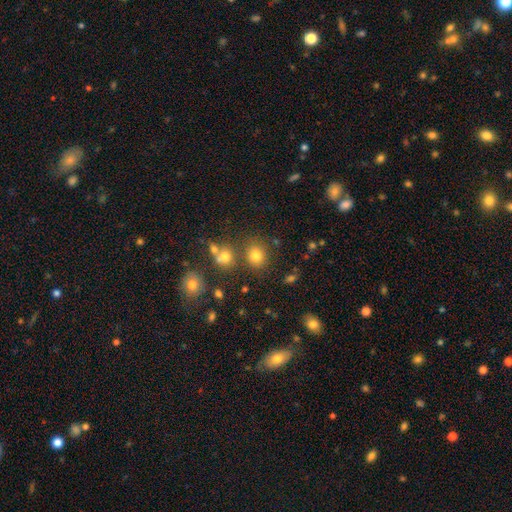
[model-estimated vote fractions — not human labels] Smooth or featured: smooth — 77% (star or artifact — 16%)
How rounded: round — 77% (in between — 22%)
Merging: none — 76% (merger — 10%)